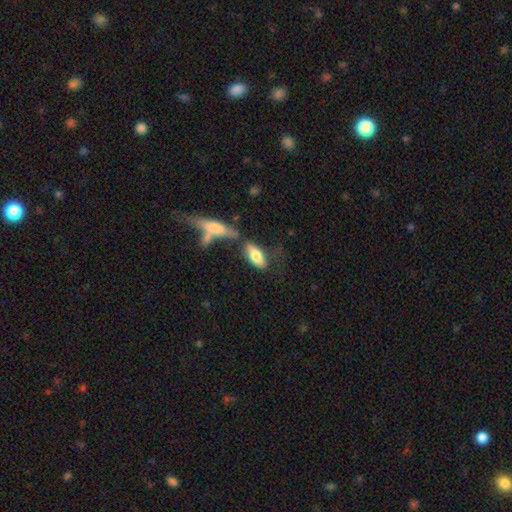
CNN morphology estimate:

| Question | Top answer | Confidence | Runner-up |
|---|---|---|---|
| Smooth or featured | smooth | 71% | featured or disk (22%) |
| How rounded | in between | 76% | cigar-shaped (22%) |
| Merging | none | 44% | merger (25%) |